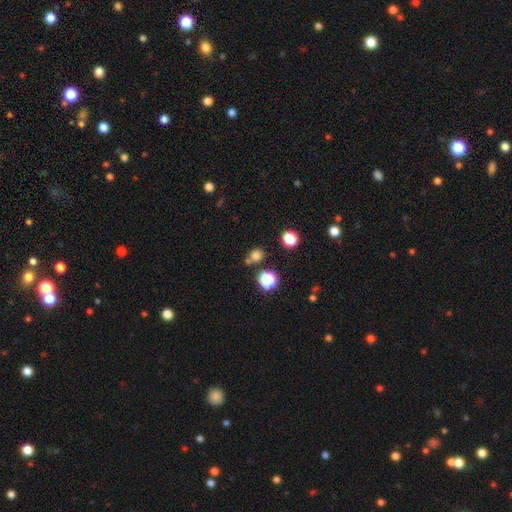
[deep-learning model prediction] smooth 72%, star or artifact 22%, featured or disk 6%. Down the decision tree: how rounded — round (80%); merging — none (66%).